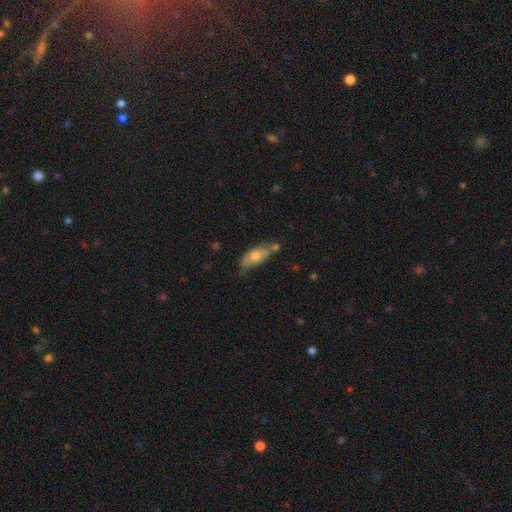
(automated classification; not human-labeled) Smooth or featured? Predicted: smooth (p=0.64). How rounded? Predicted: in between (p=0.81). Merging? Predicted: none (p=0.55).